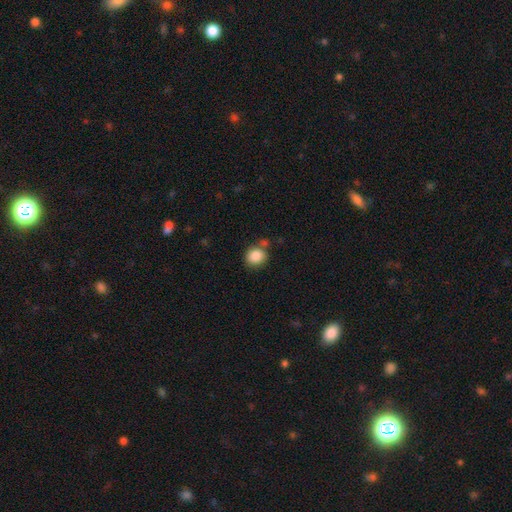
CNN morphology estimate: A smooth galaxy with no disk features (86%) that is round (77%).

Vote fractions:
- Smooth or featured? smooth: 86% / star or artifact: 9% / featured or disk: 5%
- How rounded? round: 77% / in between: 22% / cigar-shaped: 1%
- Merging? none: 69% / minor disturbance: 14% / merger: 13% / major disturbance: 4%